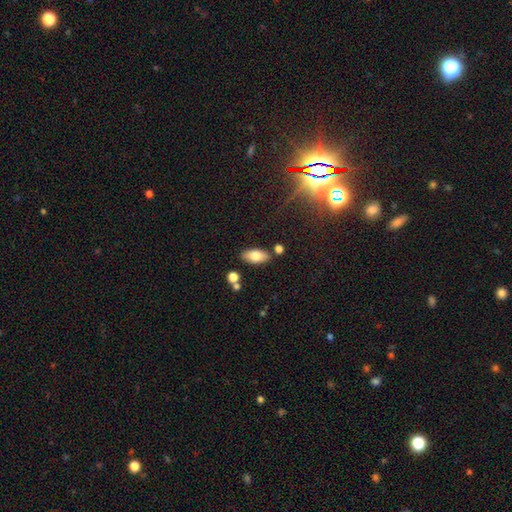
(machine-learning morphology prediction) Smooth or featured? smooth (77%)
How rounded? in between (90%)
Merging? none (82%)